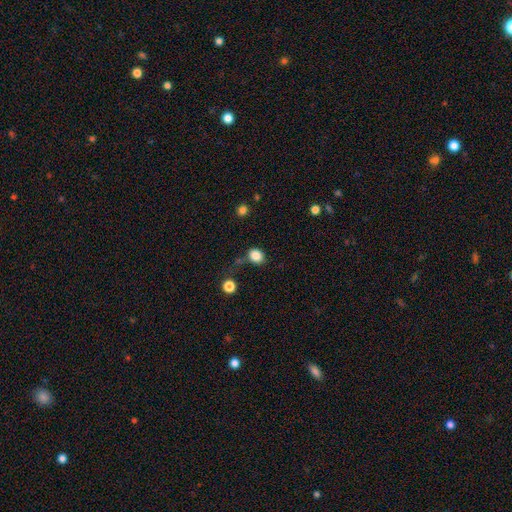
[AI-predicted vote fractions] A smooth galaxy with no disk features (85%) that is round (62%). Merging: none (68%).